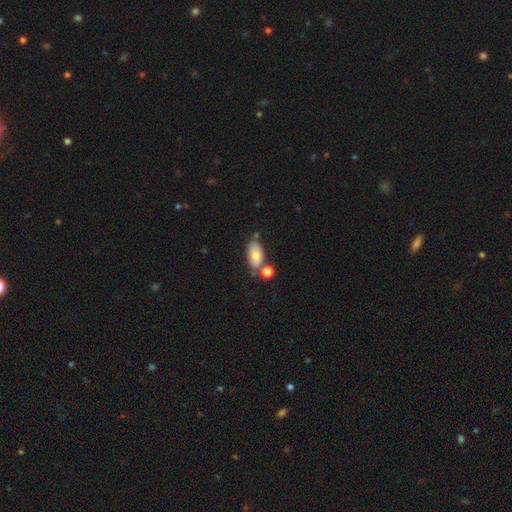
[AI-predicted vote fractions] Smooth or featured: smooth — 78% (featured or disk — 14%)
How rounded: in between — 92% (round — 5%)
Merging: none — 57% (merger — 21%)